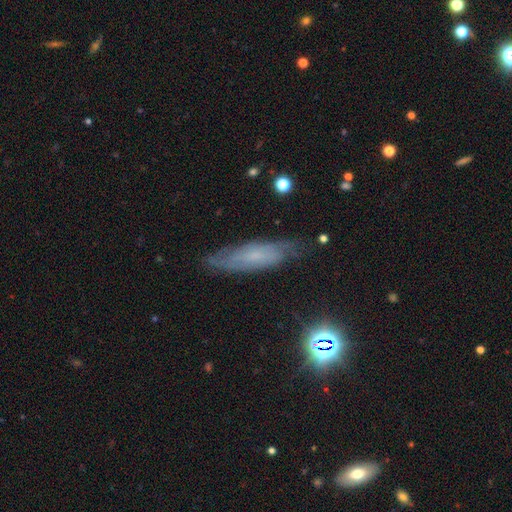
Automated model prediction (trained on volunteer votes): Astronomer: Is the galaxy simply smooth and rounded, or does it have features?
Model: featured or disk — 51% (runner-up: smooth, 37%).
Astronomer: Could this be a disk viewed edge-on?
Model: no — 63%.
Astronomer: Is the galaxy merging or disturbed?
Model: none — 75%.